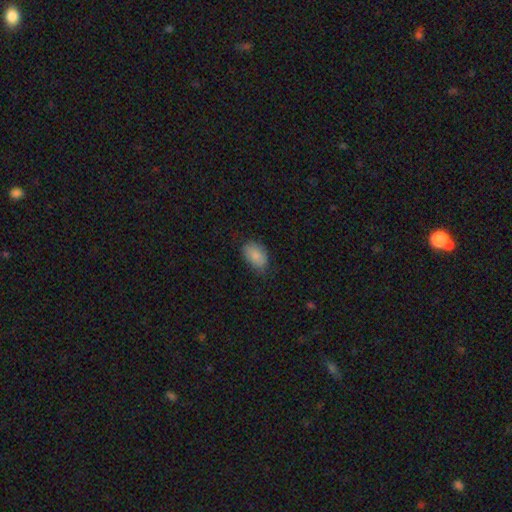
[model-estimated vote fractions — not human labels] This is clearly a smooth galaxy (86%). How rounded: clearly in between (88%). Merging: likely none (72%).